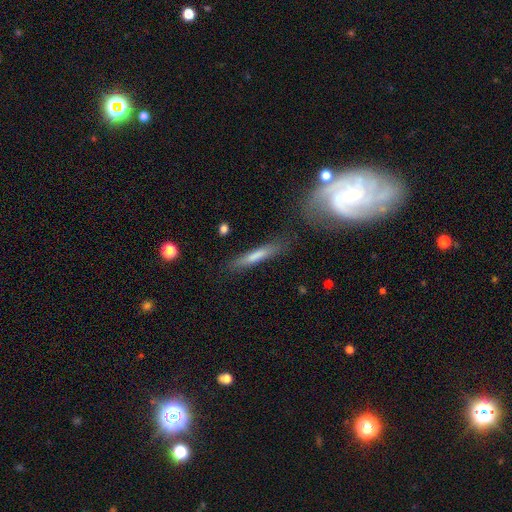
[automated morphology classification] Smooth or featured? Predicted: smooth (p=0.60). How rounded? Predicted: cigar-shaped (p=0.91). Merging? Predicted: none (p=0.76).